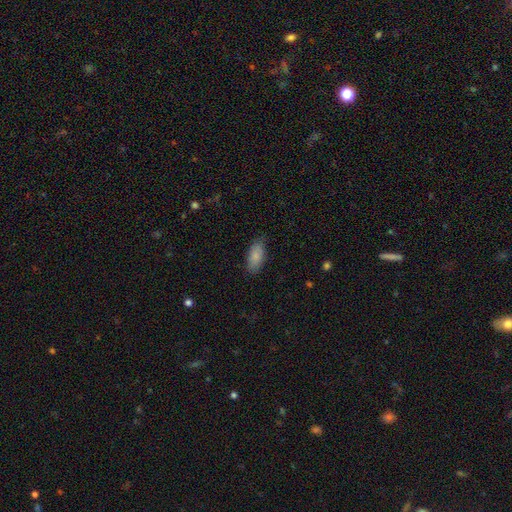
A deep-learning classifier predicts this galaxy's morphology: The model was most divided on "merging": none: 81%, minor disturbance: 15%, major disturbance: 3%, merger: 1%. More confident: how rounded — in between (89%); smooth or featured — smooth (84%).